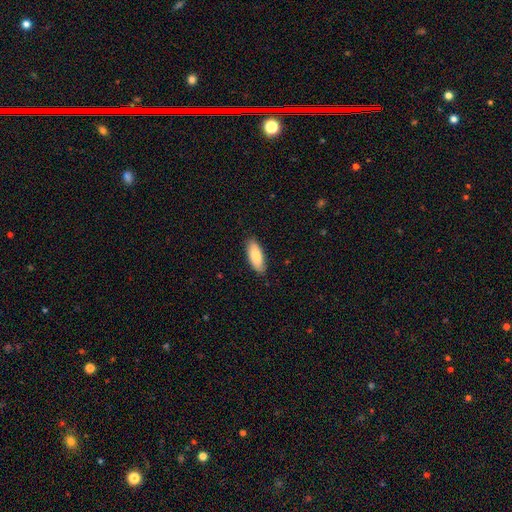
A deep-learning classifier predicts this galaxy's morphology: This is clearly a smooth galaxy (87%). How rounded: likely in between (74%). Merging: clearly none (86%).